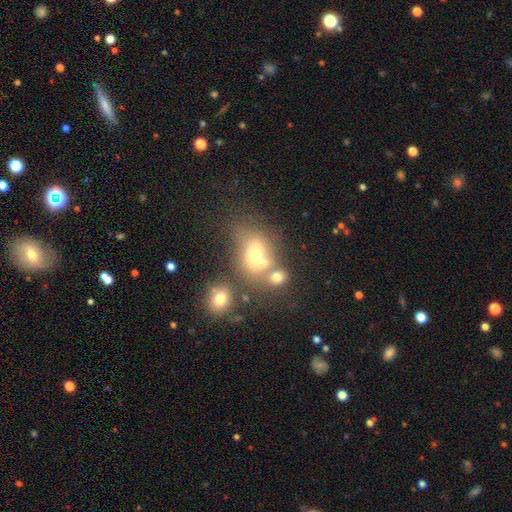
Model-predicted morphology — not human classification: Smooth or featured? smooth (60%)
How rounded? in between (54%)
Merging? merger (44%)